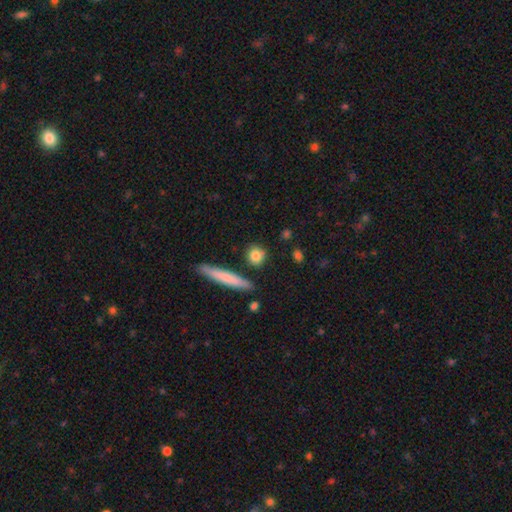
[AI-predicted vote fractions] This is clearly a smooth galaxy (82%). How rounded: likely round (65%). Merging: clearly none (81%).